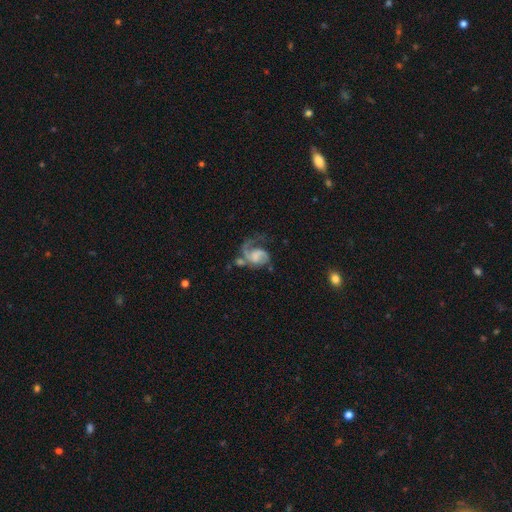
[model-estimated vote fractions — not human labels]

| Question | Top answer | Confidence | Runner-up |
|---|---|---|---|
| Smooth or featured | featured or disk | 76% | smooth (17%) |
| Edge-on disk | no | 98% | yes (2%) |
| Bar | no | 54% | weak (36%) |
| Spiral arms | yes | 92% | no (8%) |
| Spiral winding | medium | 44% | loose (36%) |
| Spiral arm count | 2 | 50% | 1 (42%) |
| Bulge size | none | 45% | small (22%) |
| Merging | major disturbance | 36% | none (32%) |